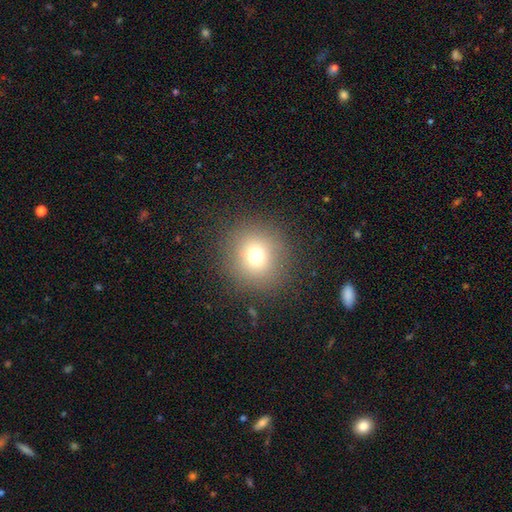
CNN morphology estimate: A smooth galaxy with no disk features (71%) that is round (92%).

Vote fractions:
- Smooth or featured? smooth: 71% / star or artifact: 18% / featured or disk: 11%
- How rounded? round: 92% / in between: 7% / cigar-shaped: 1%
- Merging? none: 88% / minor disturbance: 7% / major disturbance: 4% / merger: 1%